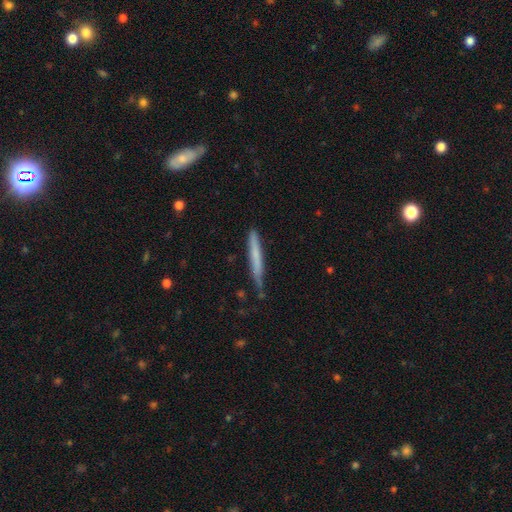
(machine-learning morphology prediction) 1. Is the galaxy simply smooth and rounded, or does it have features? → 61% smooth, 34% featured or disk, 6% star or artifact.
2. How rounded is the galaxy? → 96% cigar-shaped, 2% in between, 1% round.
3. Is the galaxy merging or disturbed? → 73% none, 21% minor disturbance, 3% major disturbance, 2% merger.